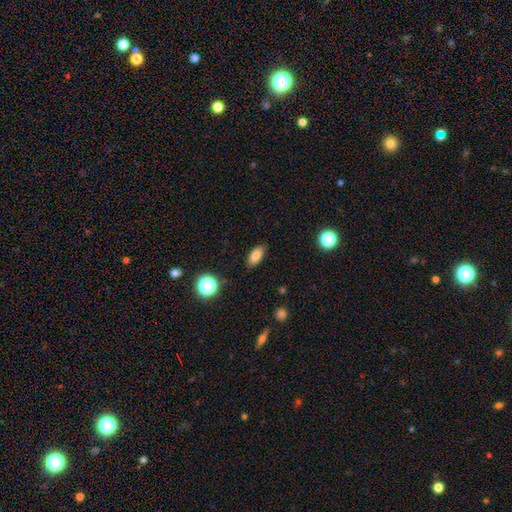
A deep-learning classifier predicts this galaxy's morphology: The model was most divided on "smooth or featured": smooth: 81%, star or artifact: 10%, featured or disk: 9%. More confident: merging — none (86%); how rounded — in between (85%).